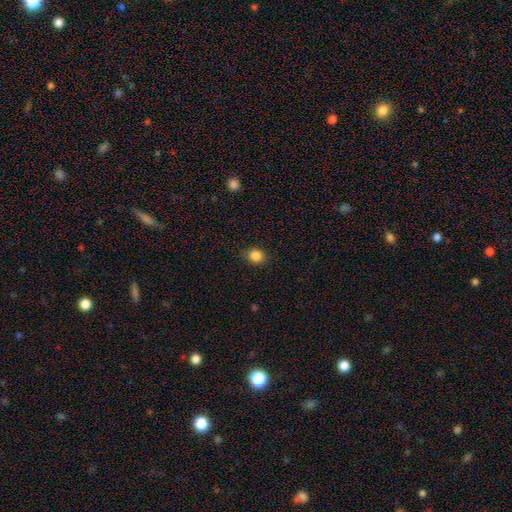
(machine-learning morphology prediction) This is clearly a smooth galaxy (86%). How rounded: likely round (68%). Merging: clearly none (84%).